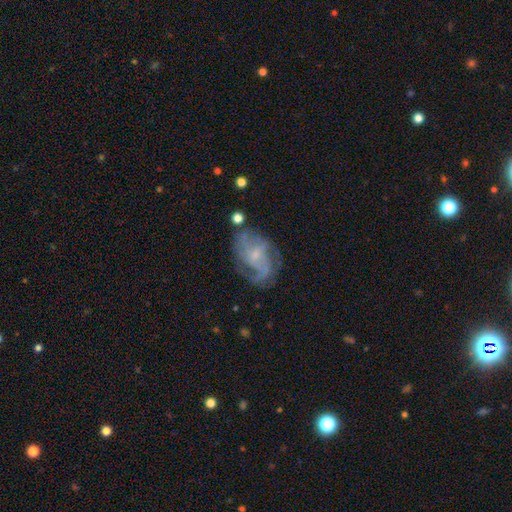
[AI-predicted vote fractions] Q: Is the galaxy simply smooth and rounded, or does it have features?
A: featured or disk — 79%.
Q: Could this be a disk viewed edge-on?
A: no — 97%.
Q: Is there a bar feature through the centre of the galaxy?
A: no — 57%.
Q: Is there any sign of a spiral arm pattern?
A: yes — 90%.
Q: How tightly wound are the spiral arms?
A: medium — 44%.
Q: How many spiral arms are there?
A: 2 — 29%, tied with can't tell.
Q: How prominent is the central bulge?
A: small — 74%.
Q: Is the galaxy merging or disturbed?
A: none — 60%.